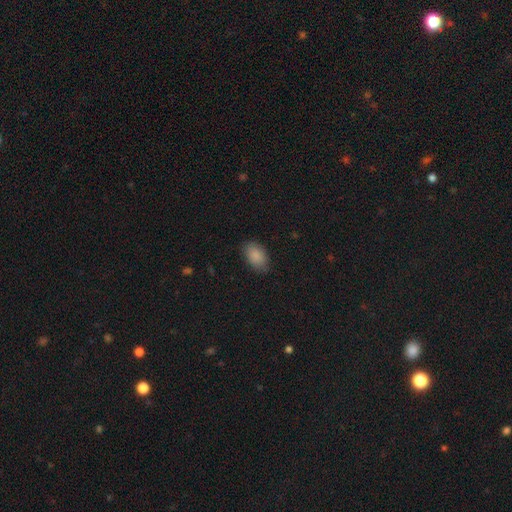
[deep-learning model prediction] The model was most divided on "merging": none: 82%, minor disturbance: 14%, major disturbance: 3%, merger: 1%. More confident: how rounded — in between (91%); smooth or featured — smooth (88%).